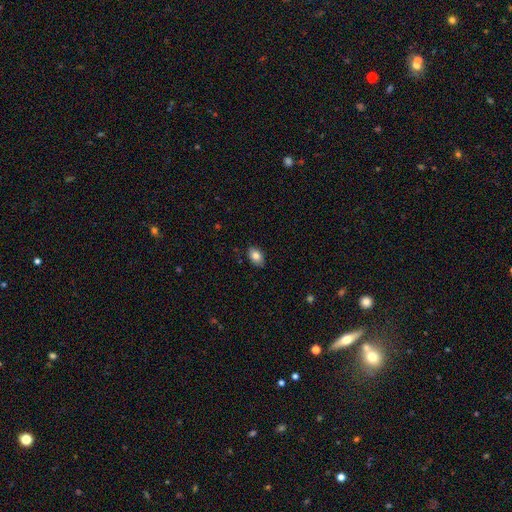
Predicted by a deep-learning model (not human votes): Smooth or featured: smooth — 82% (featured or disk — 11%)
How rounded: in between — 89% (round — 9%)
Merging: none — 86% (minor disturbance — 11%)